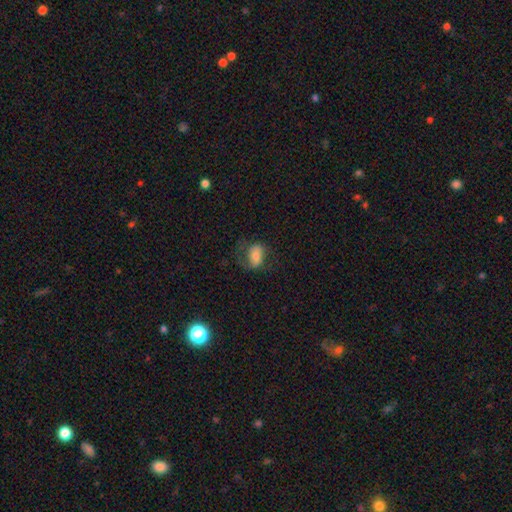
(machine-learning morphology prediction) The model was most divided on "smooth or featured": smooth: 60%, featured or disk: 31%, star or artifact: 9%. More confident: how rounded — in between (83%); merging — none (60%).